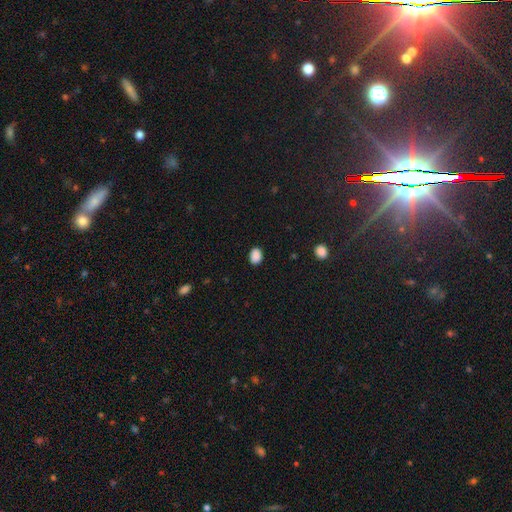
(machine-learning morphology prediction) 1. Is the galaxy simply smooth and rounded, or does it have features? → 89% smooth, 9% star or artifact, 3% featured or disk.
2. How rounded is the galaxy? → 73% in between, 26% round, 1% cigar-shaped.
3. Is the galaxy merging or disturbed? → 88% none, 9% minor disturbance, 2% major disturbance, 1% merger.